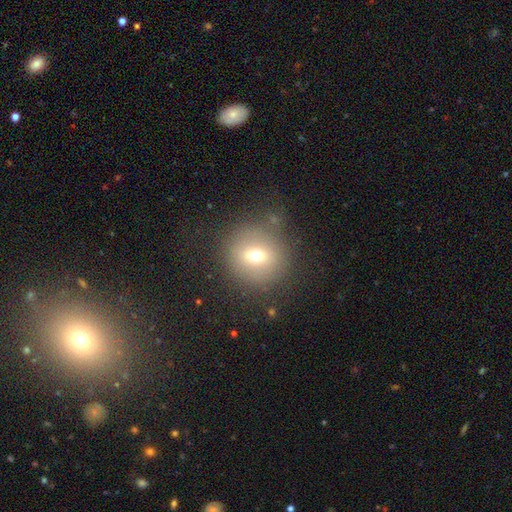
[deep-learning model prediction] smooth 64%, featured or disk 20%, star or artifact 16%. Down the decision tree: how rounded — round (91%); merging — none (81%).